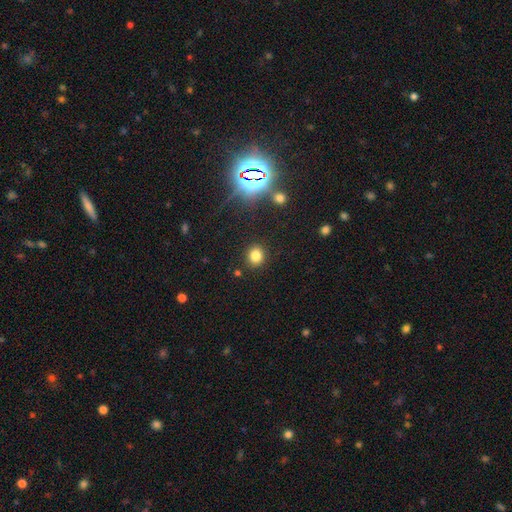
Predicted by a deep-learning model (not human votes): This is likely a smooth galaxy (80%). How rounded: likely round (79%). Merging: clearly none (88%).